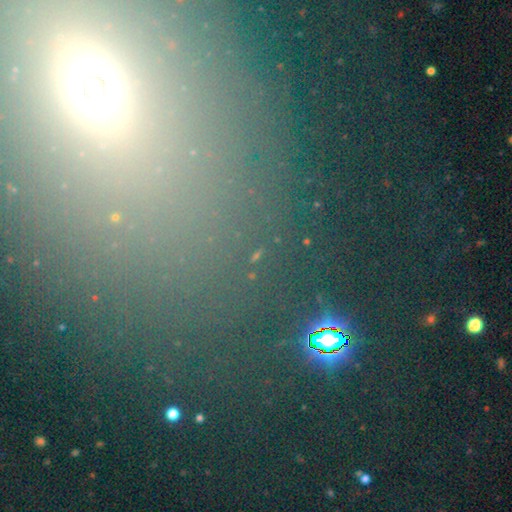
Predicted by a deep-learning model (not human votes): Q: Smooth or featured?
A: star or artifact (70%); runner-up: smooth (20%)